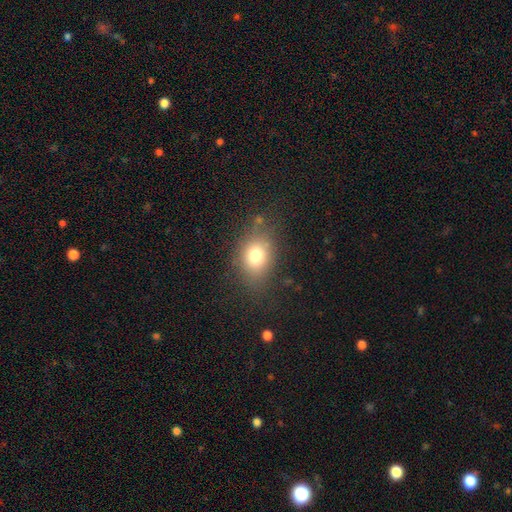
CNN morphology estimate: Smooth or featured: smooth — 75% (star or artifact — 13%)
How rounded: in between — 63% (round — 35%)
Merging: none — 72% (minor disturbance — 18%)